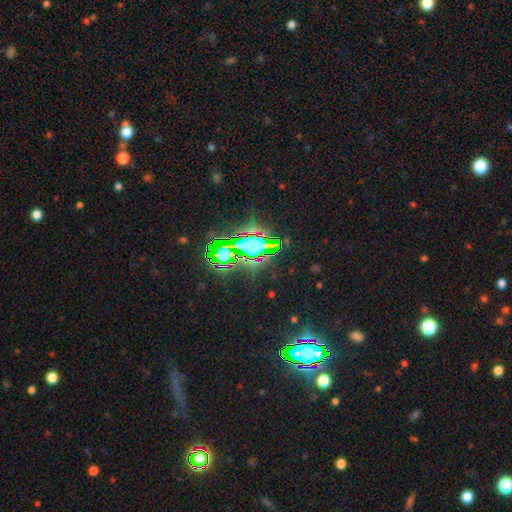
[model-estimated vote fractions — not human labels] A star or artifact, not a galaxy (79%).